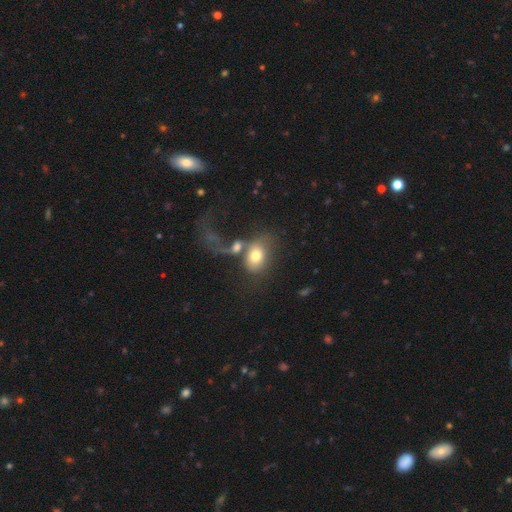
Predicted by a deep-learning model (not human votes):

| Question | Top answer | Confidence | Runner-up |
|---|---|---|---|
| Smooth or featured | smooth | 67% | featured or disk (24%) |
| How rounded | in between | 72% | round (26%) |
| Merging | merger | 51% | major disturbance (25%) |